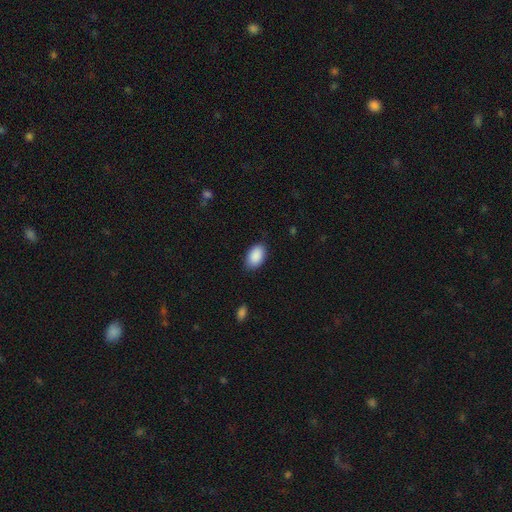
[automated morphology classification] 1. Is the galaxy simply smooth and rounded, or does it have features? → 91% smooth, 6% star or artifact, 3% featured or disk.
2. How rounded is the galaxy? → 92% in between, 6% round, 1% cigar-shaped.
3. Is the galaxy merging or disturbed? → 85% none, 12% minor disturbance, 3% major disturbance, 1% merger.